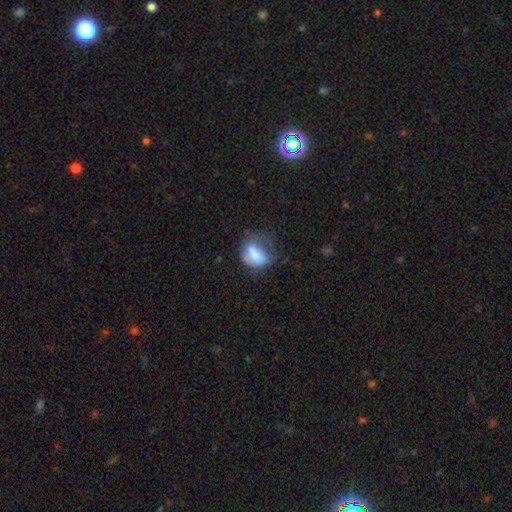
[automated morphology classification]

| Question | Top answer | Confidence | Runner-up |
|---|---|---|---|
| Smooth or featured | smooth | 67% | featured or disk (23%) |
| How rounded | in between | 65% | round (33%) |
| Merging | major disturbance | 40% | minor disturbance (28%) |